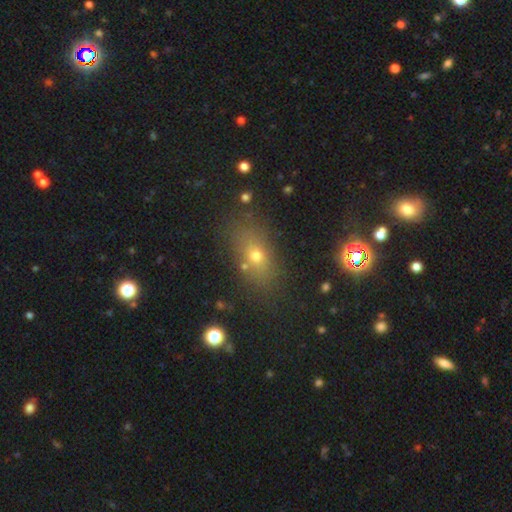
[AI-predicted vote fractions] smooth-or-featured: smooth: 56% | star or artifact: 27% | featured or disk: 16%
  how-rounded: in between: 66% | round: 23% | cigar-shaped: 10%
  merging: none: 78% | minor disturbance: 11% | merger: 6% | major disturbance: 5%